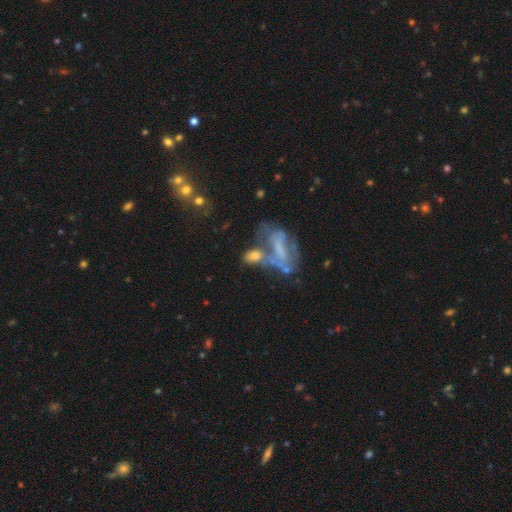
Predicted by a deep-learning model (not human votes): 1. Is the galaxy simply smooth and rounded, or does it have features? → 54% featured or disk, 29% smooth, 16% star or artifact.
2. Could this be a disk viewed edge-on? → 91% no, 9% yes.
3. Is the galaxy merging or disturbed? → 37% merger, 26% none, 21% major disturbance, 16% minor disturbance.